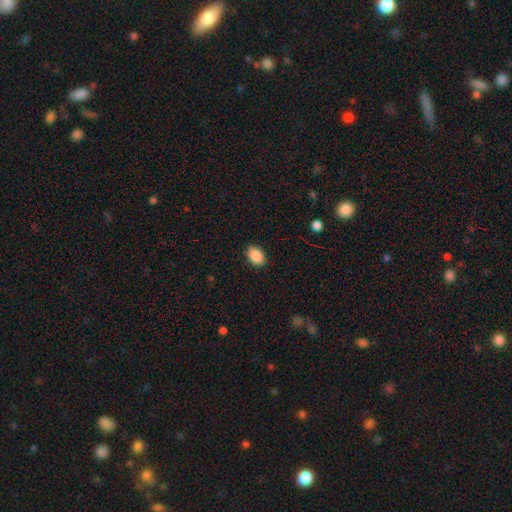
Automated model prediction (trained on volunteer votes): Q: Smooth or featured?
A: smooth (89%); runner-up: star or artifact (7%)
Q: How rounded?
A: in between (85%); runner-up: round (14%)
Q: Merging?
A: none (89%); runner-up: minor disturbance (8%)